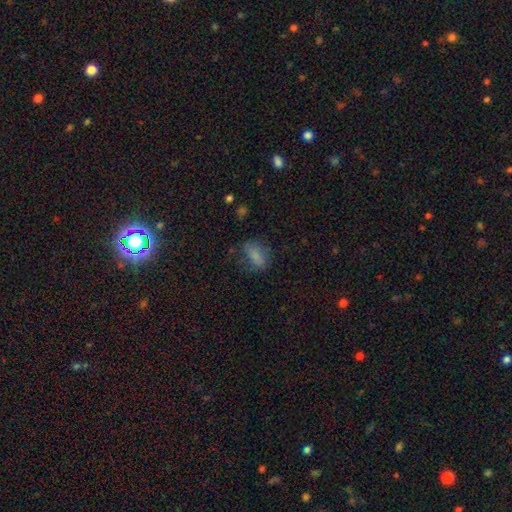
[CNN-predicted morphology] smooth_or_featured: smooth (p=0.75) [alt: featured or disk p=0.14]
how_rounded: in between (p=0.82) [alt: round p=0.09]
merging: none (p=0.56) [alt: minor disturbance p=0.25]